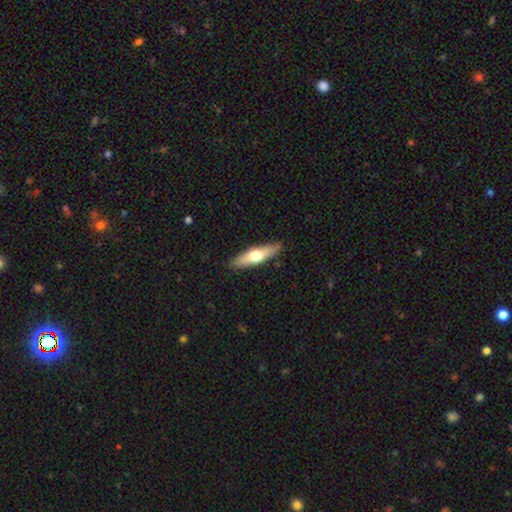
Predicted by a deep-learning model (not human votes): Smooth or featured? smooth (53%)
How rounded? cigar-shaped (69%)
Merging? none (88%)